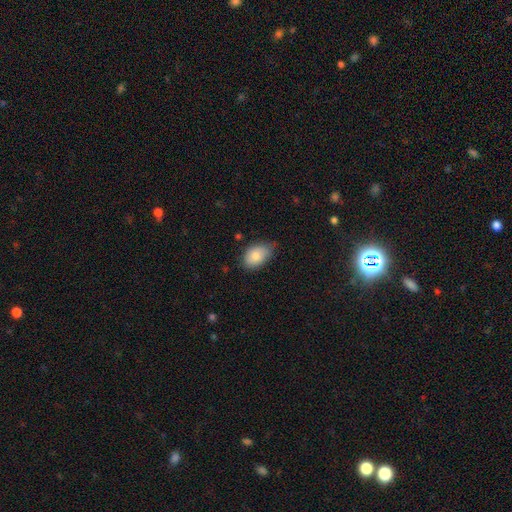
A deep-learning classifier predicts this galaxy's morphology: Smooth or featured: smooth — 83% (featured or disk — 10%)
How rounded: in between — 89% (round — 10%)
Merging: none — 60% (minor disturbance — 33%)